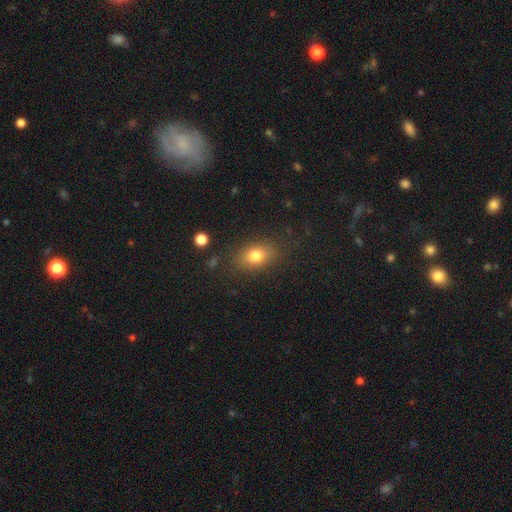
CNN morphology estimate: This appears to be a smooth galaxy with no disk features (78%) that is in between round and cigar-shaped (76%). Merging: none (82%).